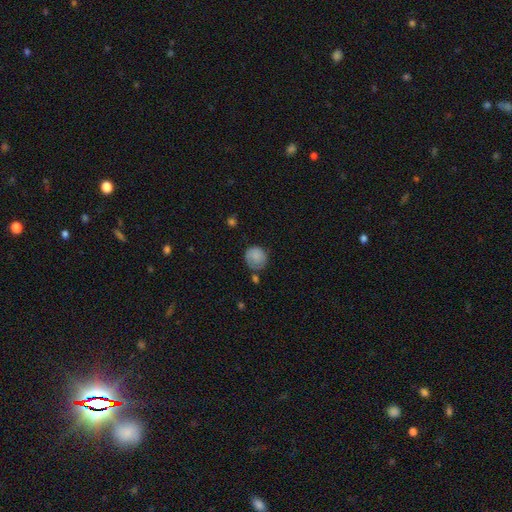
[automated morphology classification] type=smooth (79%); roundness=round (85%); merging=none (61%).